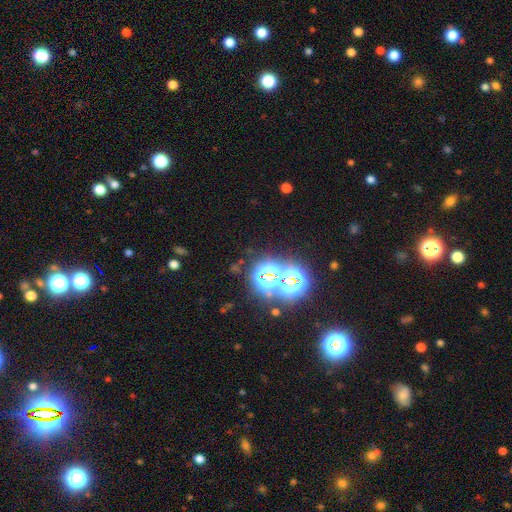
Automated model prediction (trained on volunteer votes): Morphology: type=star or artifact (69%).